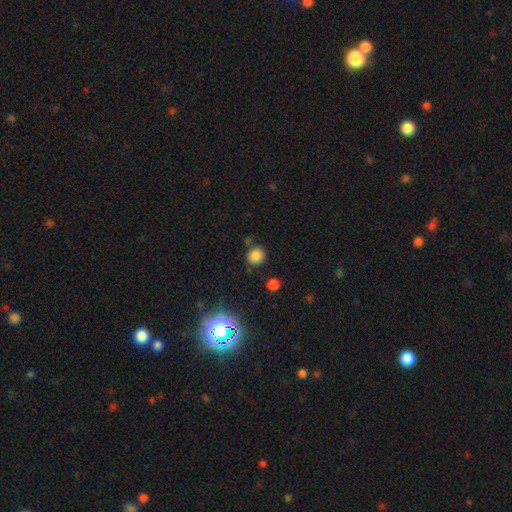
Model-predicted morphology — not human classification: smooth 80%, star or artifact 15%, featured or disk 5%. Down the decision tree: how rounded — round (86%); merging — none (79%).